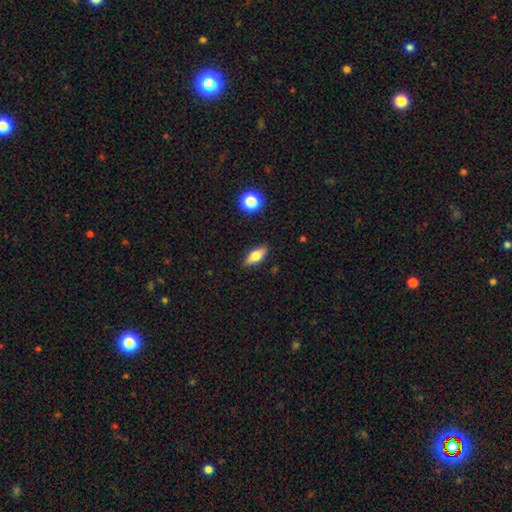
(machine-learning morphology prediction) type=smooth (61%); roundness=in between (72%); merging=none (86%).